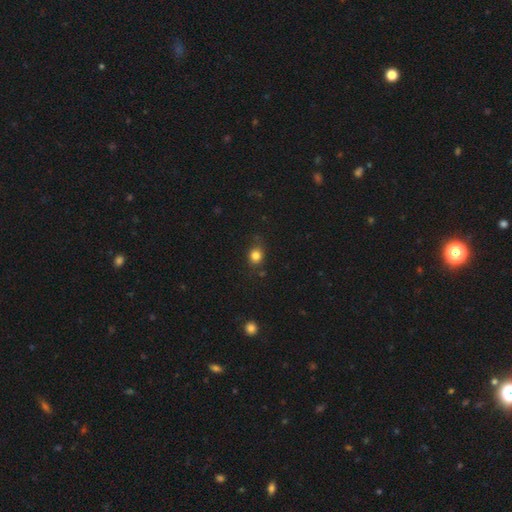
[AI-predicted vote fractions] Morphology: type=smooth (82%); roundness=round (71%); merging=none (75%).